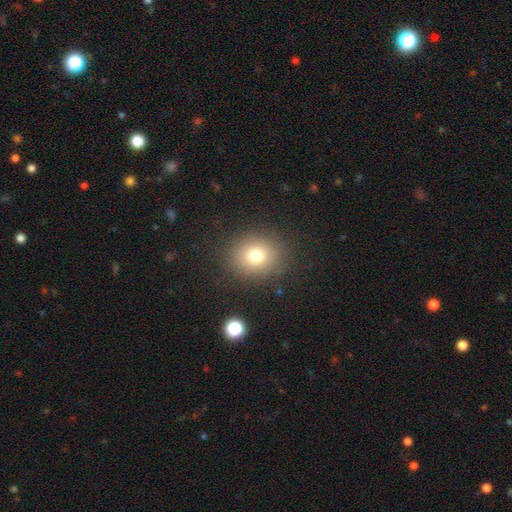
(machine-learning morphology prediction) A smooth galaxy with no disk features (75%) that is round (74%). Merging: none (87%).